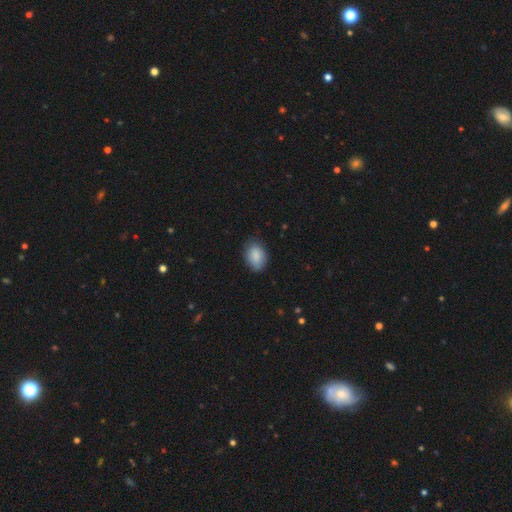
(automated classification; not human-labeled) This appears to be a smooth galaxy with no disk features (87%) that is in between round and cigar-shaped (83%). Merging: none (77%).